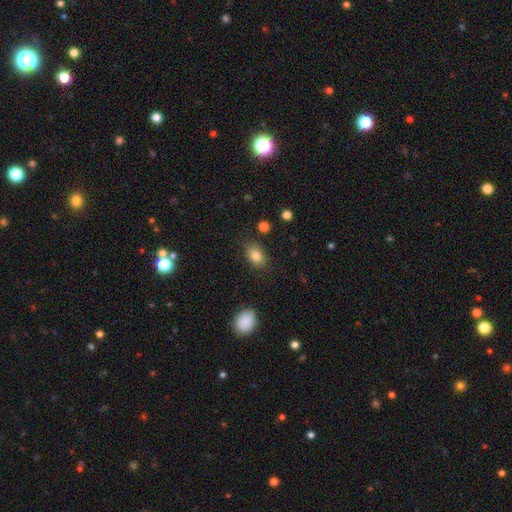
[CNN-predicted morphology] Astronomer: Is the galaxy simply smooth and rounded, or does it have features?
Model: smooth — 82%.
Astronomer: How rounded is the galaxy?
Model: in between — 82%.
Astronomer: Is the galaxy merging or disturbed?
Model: none — 82%.